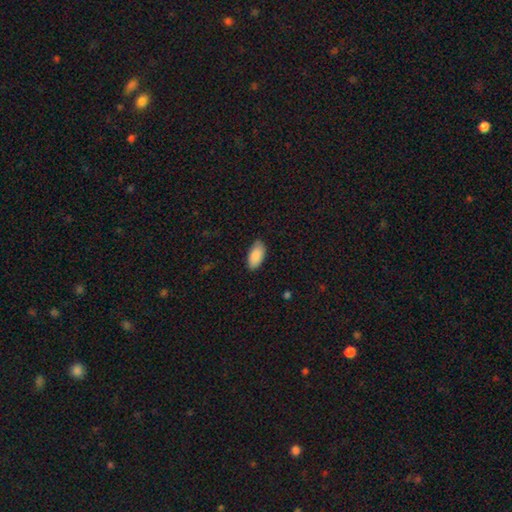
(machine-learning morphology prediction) smooth_or_featured: smooth (p=0.89) [alt: star or artifact p=0.06]
how_rounded: in between (p=0.95) [alt: cigar-shaped p=0.03]
merging: none (p=0.83) [alt: minor disturbance p=0.14]